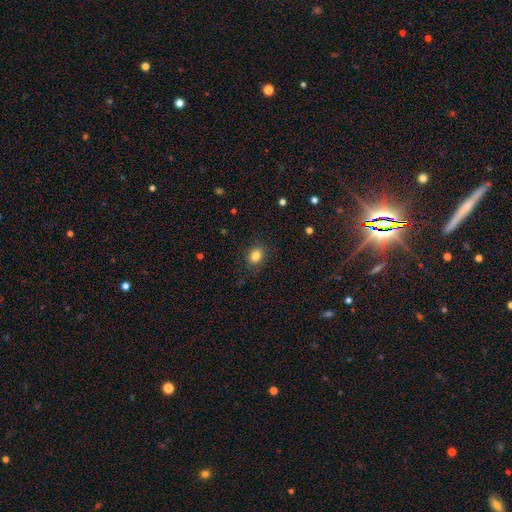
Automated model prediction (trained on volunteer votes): Smooth or featured? Predicted: smooth (p=0.84). How rounded? Predicted: in between (p=0.59). Merging? Predicted: none (p=0.83).